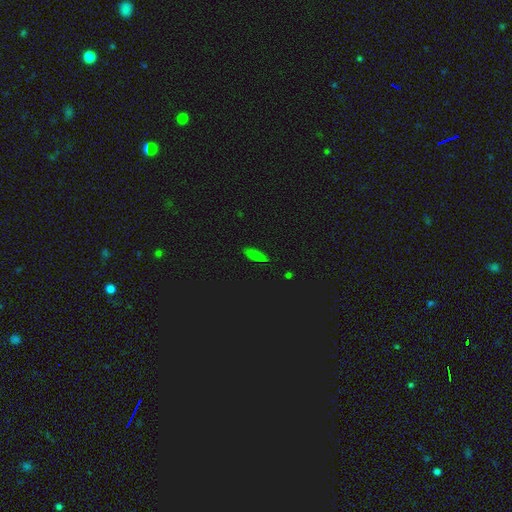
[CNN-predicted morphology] This is likely a smooth galaxy (68%). How rounded: likely in between (67%). Merging: likely none (80%).